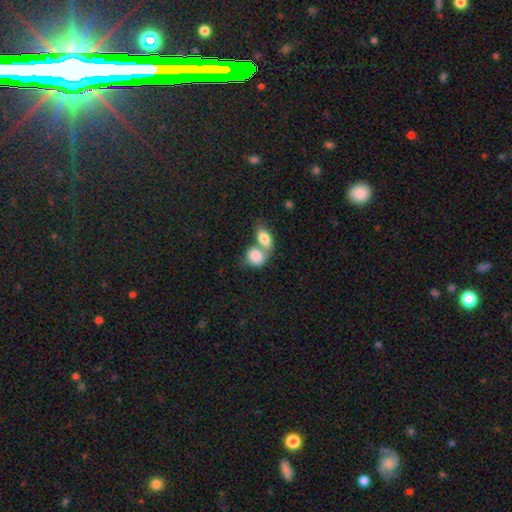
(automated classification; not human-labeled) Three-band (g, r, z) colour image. It shows a smooth galaxy with no disk features (83%) that is in between round and cigar-shaped (65%). Merging: merger (67%).